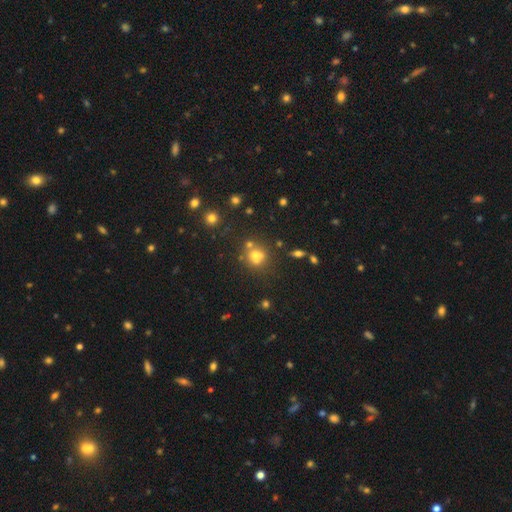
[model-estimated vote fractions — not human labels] This is possibly a smooth galaxy (58%). How rounded: likely round (79%). Merging: possibly none (49%).